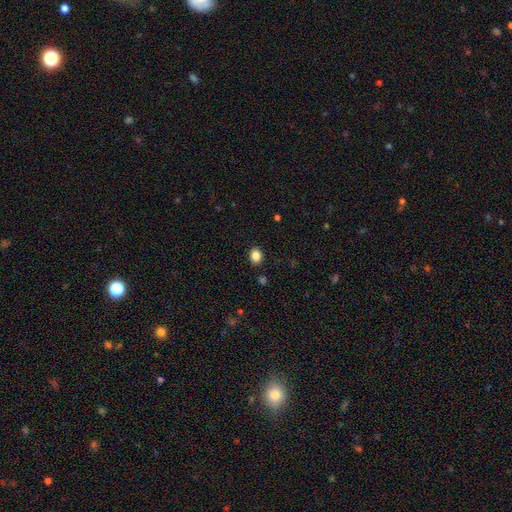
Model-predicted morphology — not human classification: smooth_or_featured: smooth (p=0.86) [alt: star or artifact p=0.10]
how_rounded: in between (p=0.55) [alt: round p=0.44]
merging: none (p=0.89) [alt: minor disturbance p=0.07]